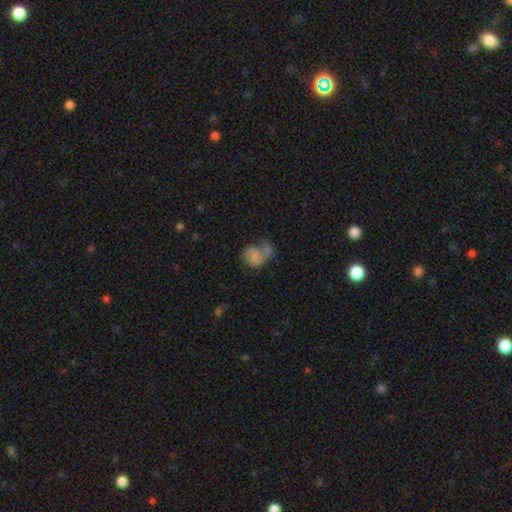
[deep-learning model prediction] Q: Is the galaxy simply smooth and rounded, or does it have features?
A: smooth — 54%.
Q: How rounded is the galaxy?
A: in between — 49%, tied with round.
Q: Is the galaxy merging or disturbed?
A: major disturbance — 34%.